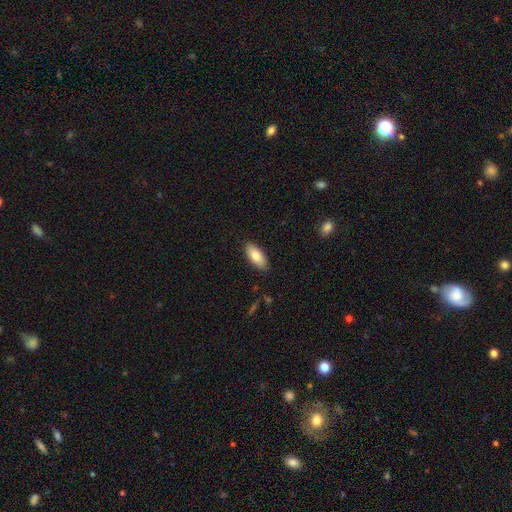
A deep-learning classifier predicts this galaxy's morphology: The model was most divided on "smooth or featured": smooth: 82%, featured or disk: 12%, star or artifact: 6%. More confident: merging — none (88%); how rounded — in between (85%).